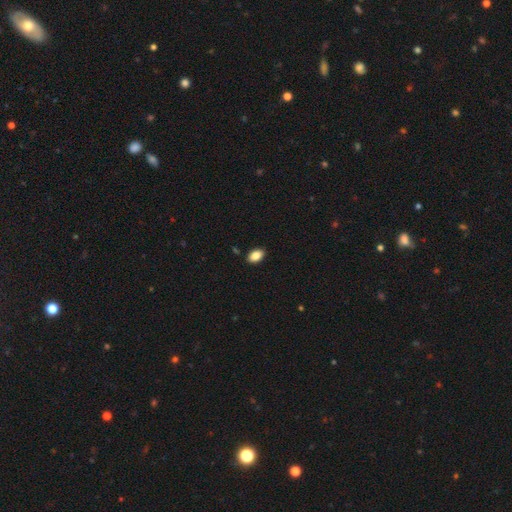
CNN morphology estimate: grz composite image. It shows a smooth galaxy with no disk features (86%) that is in between round and cigar-shaped (90%). Merging: none (88%).